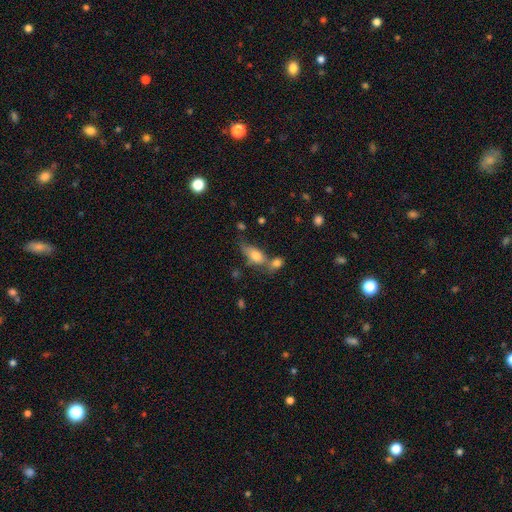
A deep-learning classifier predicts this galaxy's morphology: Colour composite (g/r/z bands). It shows a smooth galaxy with no disk features (73%) that is in between round and cigar-shaped (81%). Merging: none (38%).